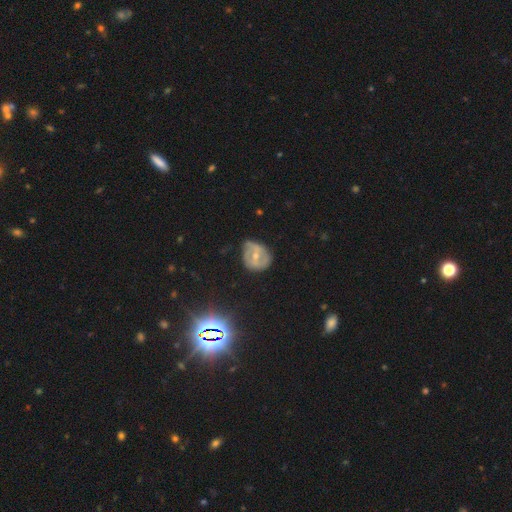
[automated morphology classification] A featured or disk galaxy (63%) with a weak bar (41%), spiral arms (64%) and a moderate central bulge (49%).

Vote fractions:
- Smooth or featured? featured or disk: 63% / smooth: 27% / star or artifact: 9%
- Edge-on disk? no: 96% / yes: 4%
- Bar? weak: 41% / no: 33% / strong: 26%
- Spiral arms? yes: 64% / no: 36%
- Bulge size? moderate: 49% / small: 48% / none: 1% / large: 1% / dominant: 1%
- Merging? none: 52% / minor disturbance: 34% / major disturbance: 12% / merger: 2%